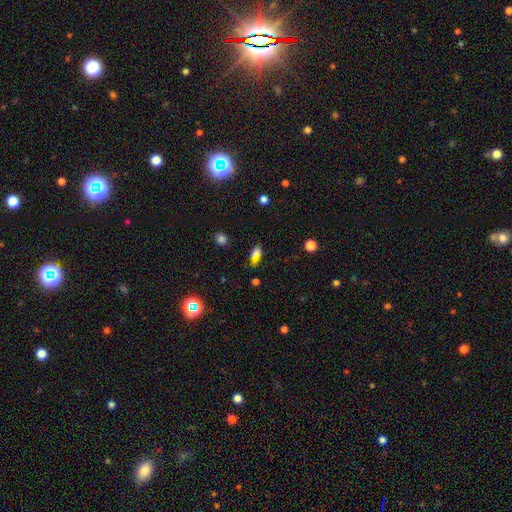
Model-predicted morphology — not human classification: Smooth or featured: smooth — 71% (featured or disk — 15%)
How rounded: in between — 78% (cigar-shaped — 16%)
Merging: none — 70% (minor disturbance — 19%)